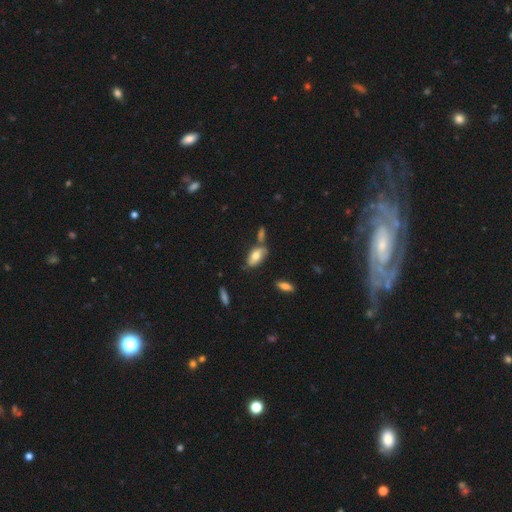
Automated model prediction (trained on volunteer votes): smooth_or_featured: smooth (p=0.66) [alt: featured or disk p=0.26]
how_rounded: in between (p=0.90) [alt: cigar-shaped p=0.07]
merging: none (p=0.52) [alt: minor disturbance p=0.23]